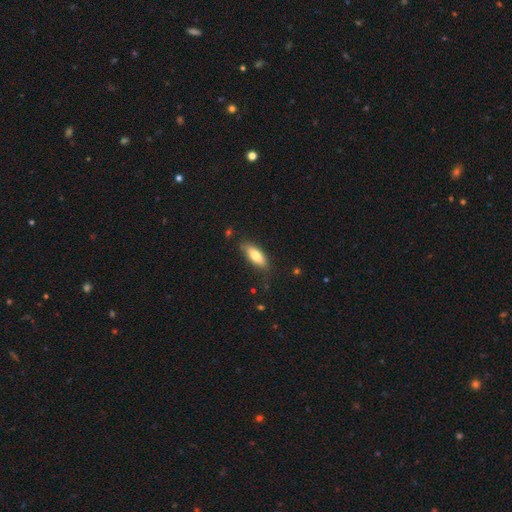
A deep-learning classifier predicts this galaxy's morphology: This is likely a smooth galaxy (75%). How rounded: likely in between (70%). Merging: likely none (80%).